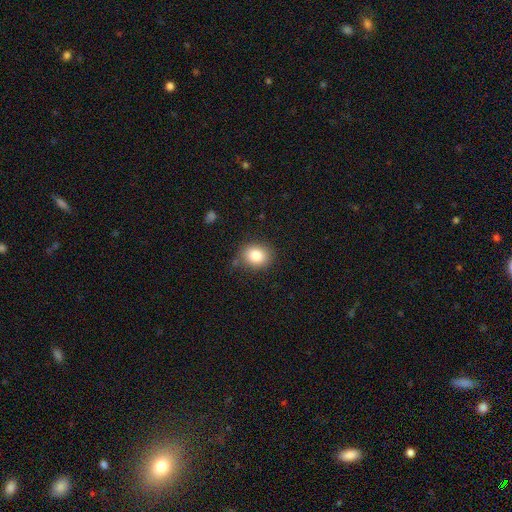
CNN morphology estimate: smooth-or-featured: smooth: 83% | star or artifact: 10% | featured or disk: 8%
  how-rounded: round: 63% | in between: 36% | cigar-shaped: 1%
  merging: none: 82% | minor disturbance: 12% | major disturbance: 3% | merger: 2%